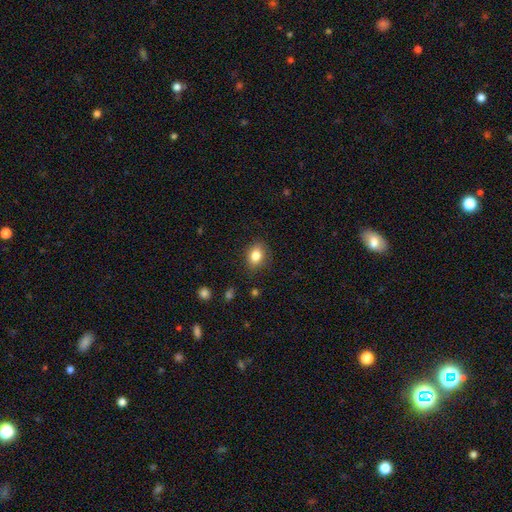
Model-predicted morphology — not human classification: Smooth or featured?
  - smooth: 83% *
  - star or artifact: 9%
  - featured or disk: 7%
How rounded?
  - in between: 63% *
  - round: 36%
  - cigar-shaped: 1%
Merging?
  - none: 83% *
  - minor disturbance: 13%
  - major disturbance: 3%
  - merger: 1%